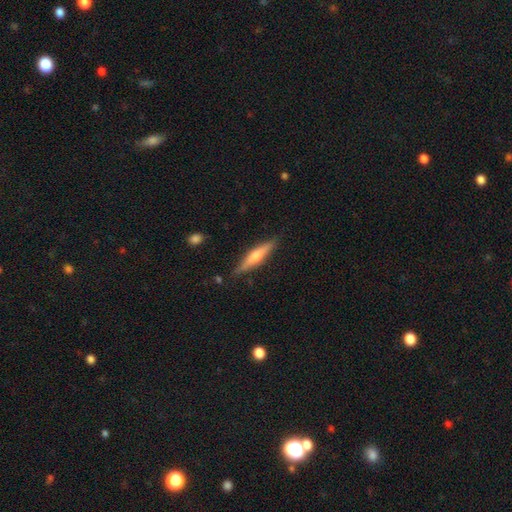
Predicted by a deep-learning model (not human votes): featured or disk 53%, smooth 40%, star or artifact 6%. Down the decision tree: edge-on disk — yes (95%); edge-on bulge — rounded (76%); merging — none (86%).